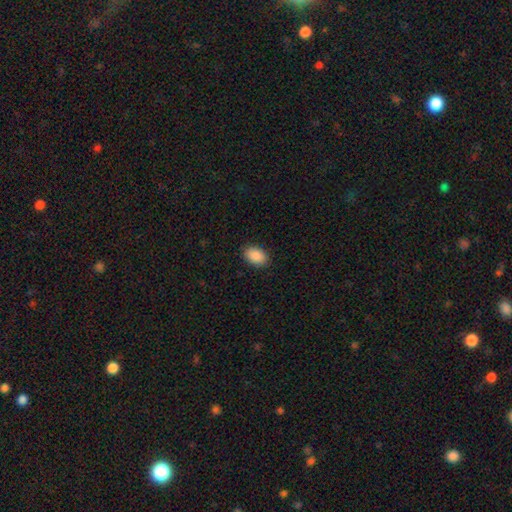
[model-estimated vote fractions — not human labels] smooth-or-featured: smooth: 90% | star or artifact: 7% | featured or disk: 3%
  how-rounded: in between: 87% | round: 12% | cigar-shaped: 1%
  merging: none: 89% | minor disturbance: 8% | major disturbance: 2% | merger: 1%